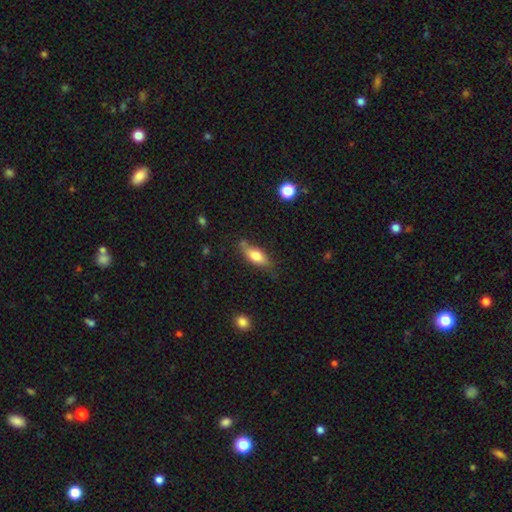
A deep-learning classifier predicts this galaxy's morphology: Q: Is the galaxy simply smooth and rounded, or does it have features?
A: smooth — 70%.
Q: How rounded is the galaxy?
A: in between — 73%.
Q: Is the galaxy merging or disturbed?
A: none — 67%.